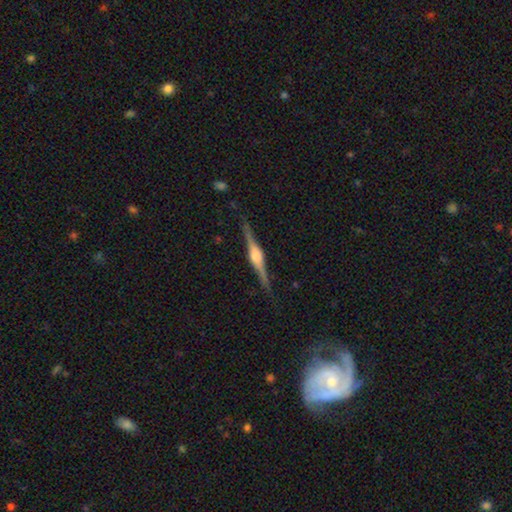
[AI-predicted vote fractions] A featured or disk galaxy (85%) viewed edge-on (98%) with a rounded central bulge (84%).

Vote fractions:
- Smooth or featured? featured or disk: 85% / smooth: 10% / star or artifact: 6%
- Edge-on disk? yes: 98% / no: 2%
- Edge-on bulge? rounded: 84% / boxy: 14% / none: 2%
- Merging? none: 89% / minor disturbance: 8% / major disturbance: 2% / merger: 1%